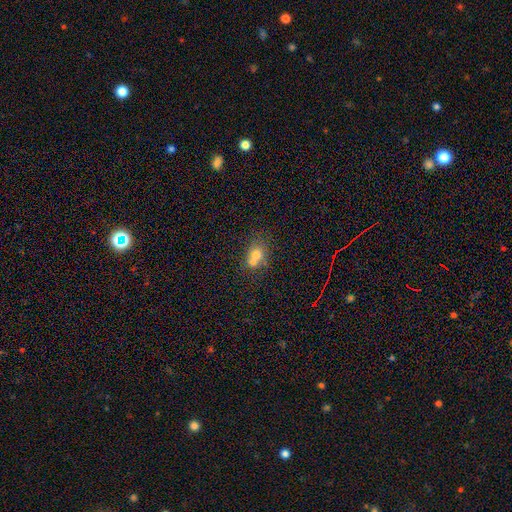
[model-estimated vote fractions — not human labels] Smooth or featured: smooth — 68% (featured or disk — 19%)
How rounded: round — 65% (in between — 34%)
Merging: merger — 55% (none — 34%)